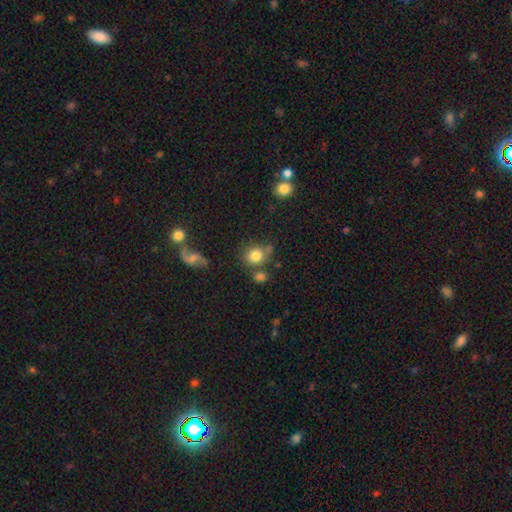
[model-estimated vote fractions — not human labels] Smooth or featured? smooth (80%)
How rounded? round (74%)
Merging? none (62%)